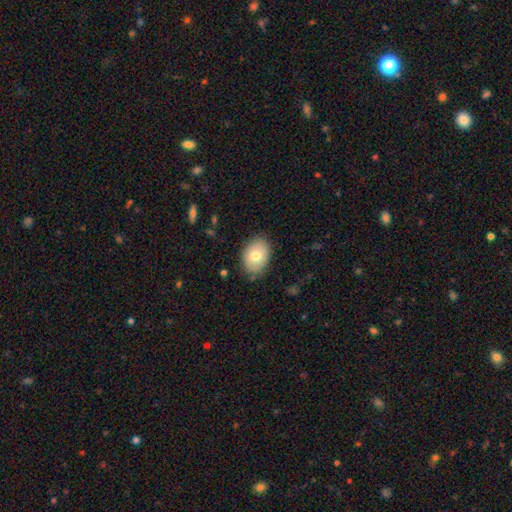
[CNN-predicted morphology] A smooth galaxy with no disk features (75%) that is in between round and cigar-shaped (78%). Merging: none (82%).